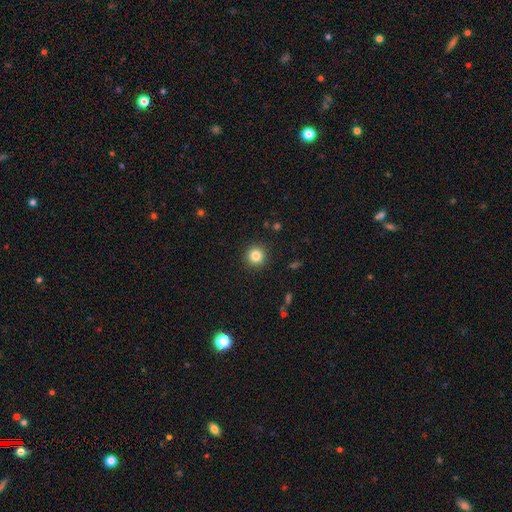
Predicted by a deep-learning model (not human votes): Smooth or featured?
  - smooth: 83% *
  - star or artifact: 11%
  - featured or disk: 5%
How rounded?
  - round: 95% *
  - in between: 4%
  - cigar-shaped: 1%
Merging?
  - none: 92% *
  - minor disturbance: 5%
  - major disturbance: 2%
  - merger: 1%